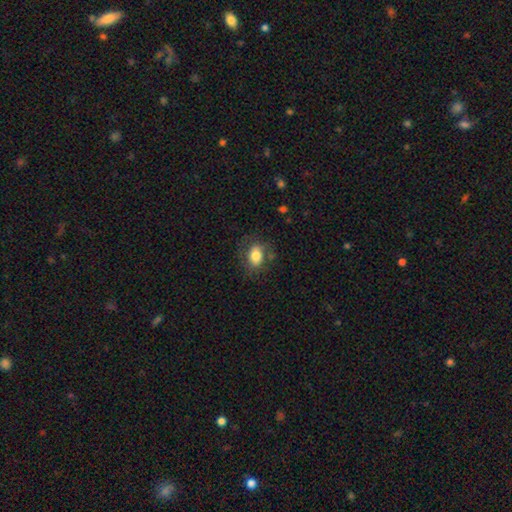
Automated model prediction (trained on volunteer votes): This is likely a smooth galaxy (77%). How rounded: likely in between (73%). Merging: likely none (70%).